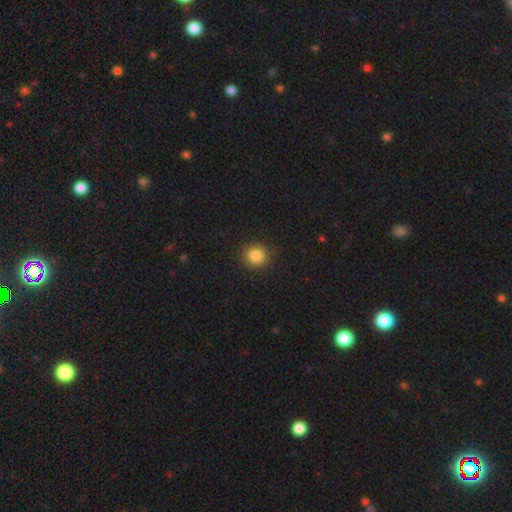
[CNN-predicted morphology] Smooth or featured?
  - smooth: 85% *
  - star or artifact: 11%
  - featured or disk: 4%
How rounded?
  - round: 88% *
  - in between: 11%
  - cigar-shaped: 1%
Merging?
  - none: 90% *
  - minor disturbance: 7%
  - major disturbance: 2%
  - merger: 1%